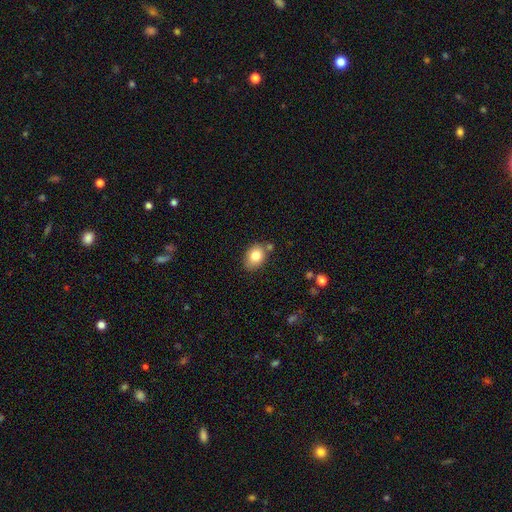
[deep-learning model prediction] smooth 81%, featured or disk 10%, star or artifact 9%. Down the decision tree: how rounded — in between (70%); merging — none (72%).